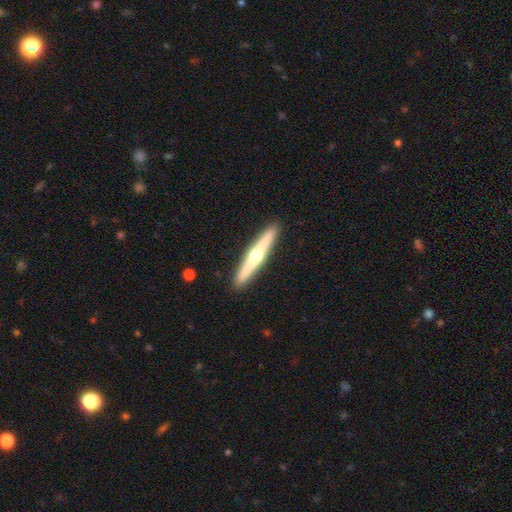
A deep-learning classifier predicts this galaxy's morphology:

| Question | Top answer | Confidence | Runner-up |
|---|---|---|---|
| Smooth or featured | featured or disk | 62% | smooth (33%) |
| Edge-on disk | yes | 97% | no (3%) |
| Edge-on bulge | rounded | 91% | none (6%) |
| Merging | none | 92% | minor disturbance (6%) |